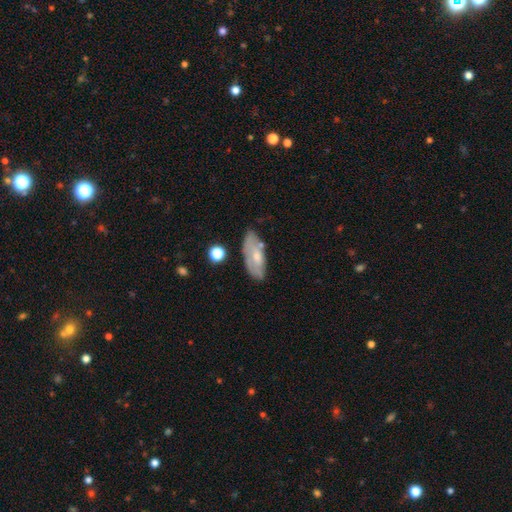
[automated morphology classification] Overall: smooth (51%; featured or disk 42%). How rounded: in between (82%). Merging: none (59%; minor disturbance 26%).